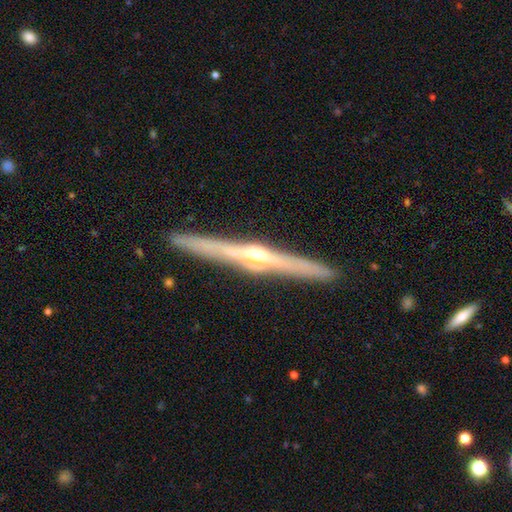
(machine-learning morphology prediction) smooth-or-featured: featured or disk: 85% | smooth: 10% | star or artifact: 5%
  disk-edge-on: yes: 98% | no: 2%
    edge-on-bulge: rounded: 88% | none: 7% | boxy: 5%
  merging: none: 92% | minor disturbance: 6% | merger: 1% | major disturbance: 1%